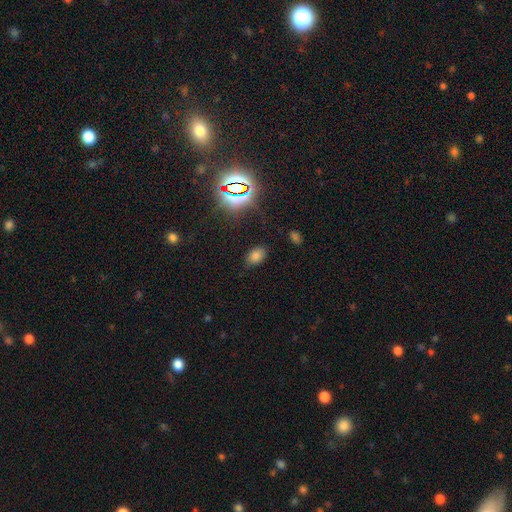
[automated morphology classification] This appears to be a smooth galaxy with no disk features (65%) that is in between round and cigar-shaped (85%). Merging: none (83%).